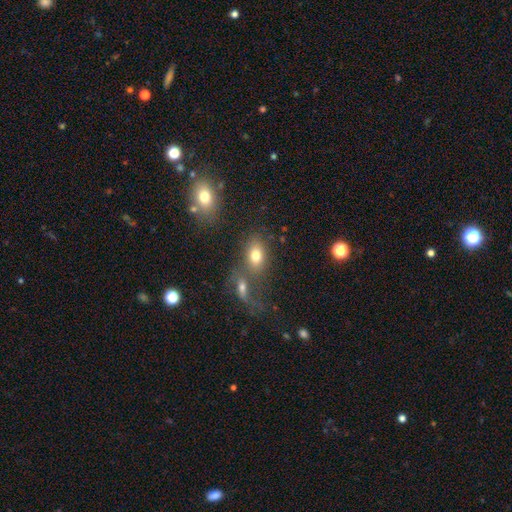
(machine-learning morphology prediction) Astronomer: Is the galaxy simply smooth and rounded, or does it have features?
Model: smooth — 74%.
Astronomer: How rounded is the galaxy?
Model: in between — 82%.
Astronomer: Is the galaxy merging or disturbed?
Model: none — 51% (runner-up: merger, 31%).